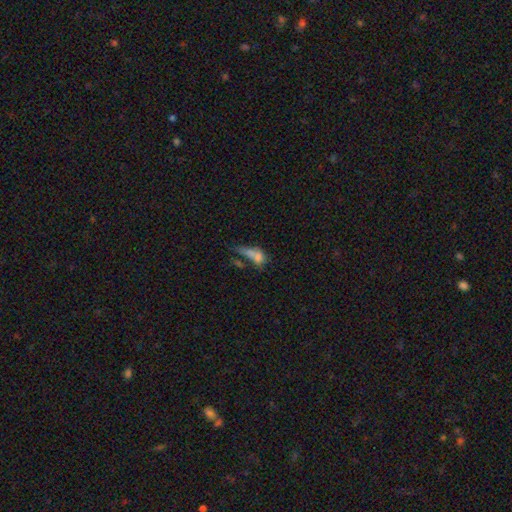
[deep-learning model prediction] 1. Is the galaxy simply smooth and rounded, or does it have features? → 64% smooth, 22% featured or disk, 14% star or artifact.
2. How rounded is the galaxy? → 69% in between, 18% round, 13% cigar-shaped.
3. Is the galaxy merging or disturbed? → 41% merger, 26% major disturbance, 20% none, 13% minor disturbance.